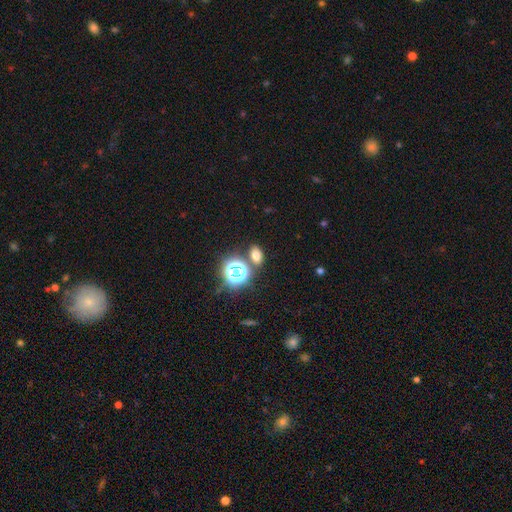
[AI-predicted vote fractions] Q: Smooth or featured?
A: smooth (65%); runner-up: star or artifact (27%)
Q: How rounded?
A: in between (79%); runner-up: round (19%)
Q: Merging?
A: none (78%); runner-up: merger (10%)